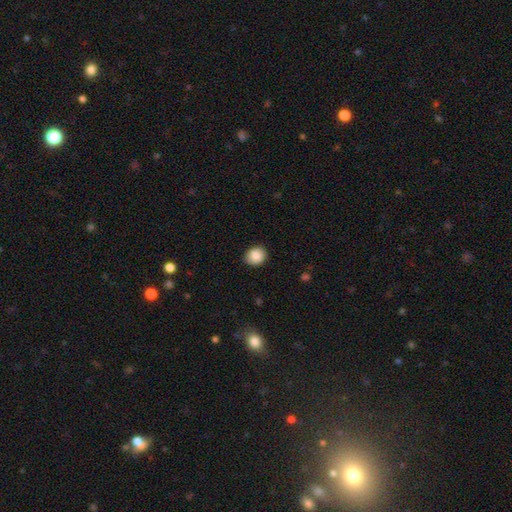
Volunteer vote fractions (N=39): Q: Smooth or featured?
A: smooth (92%); runner-up: star or artifact (5%)
Q: How rounded?
A: round (69%); runner-up: in between (31%)
Q: Merging?
A: none (78%); runner-up: minor disturbance (22%)